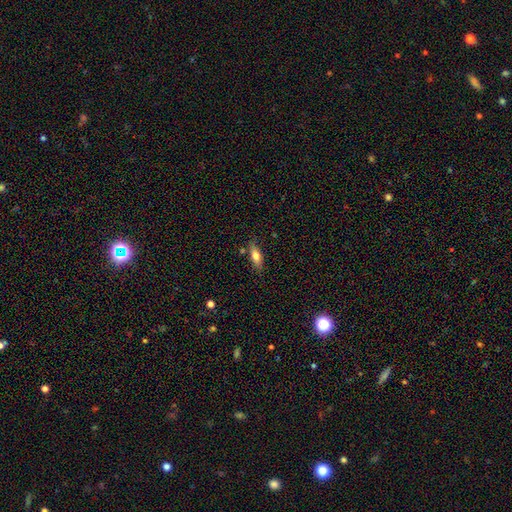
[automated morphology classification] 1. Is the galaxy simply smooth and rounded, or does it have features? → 66% smooth, 27% featured or disk, 7% star or artifact.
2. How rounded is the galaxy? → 65% in between, 32% cigar-shaped, 3% round.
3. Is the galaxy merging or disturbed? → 79% none, 14% minor disturbance, 4% merger, 3% major disturbance.